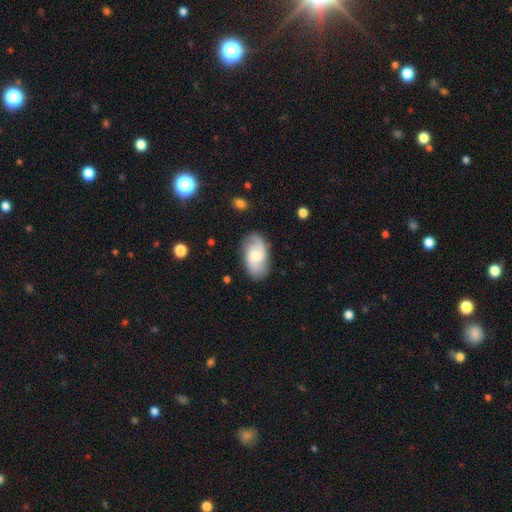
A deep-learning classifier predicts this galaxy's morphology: Smooth or featured? Predicted: featured or disk (p=0.59). Edge-on disk? Predicted: no (p=0.95). Bar? Predicted: no (p=0.60). Spiral arms? Predicted: yes (p=0.89). Bulge size? Predicted: moderate (p=0.52). Merging? Predicted: none (p=0.79).